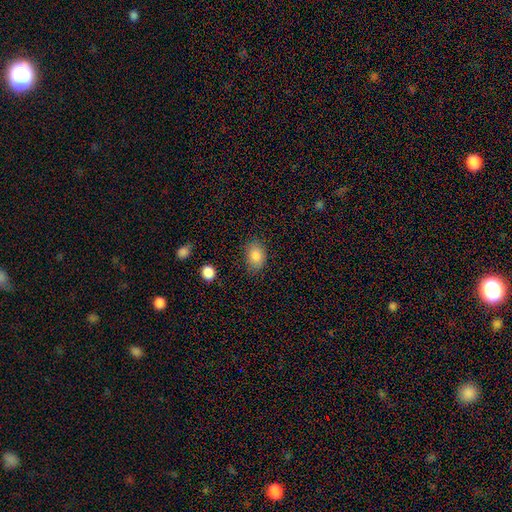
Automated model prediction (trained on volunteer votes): smooth 86%, star or artifact 8%, featured or disk 6%. Down the decision tree: how rounded — in between (79%); merging — none (80%).